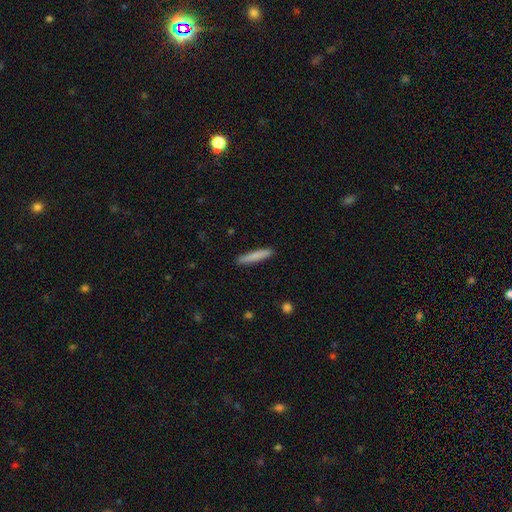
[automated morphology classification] smooth-or-featured: smooth: 81% | featured or disk: 13% | star or artifact: 6%
  how-rounded: cigar-shaped: 93% | in between: 6% | round: 1%
  merging: none: 90% | minor disturbance: 8% | major disturbance: 2% | merger: 1%